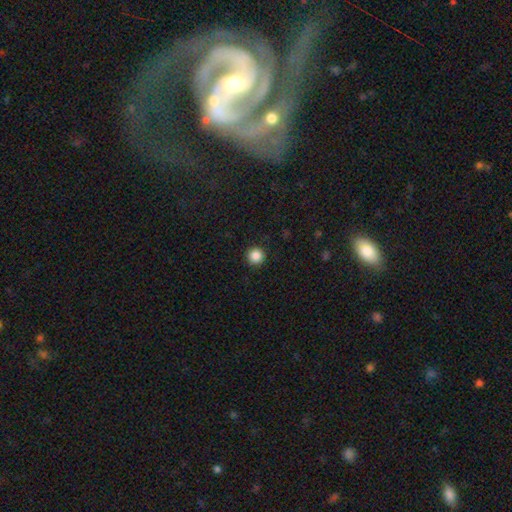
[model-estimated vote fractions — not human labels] Overall: smooth (87%). How rounded: round (96%). Merging: none (93%).